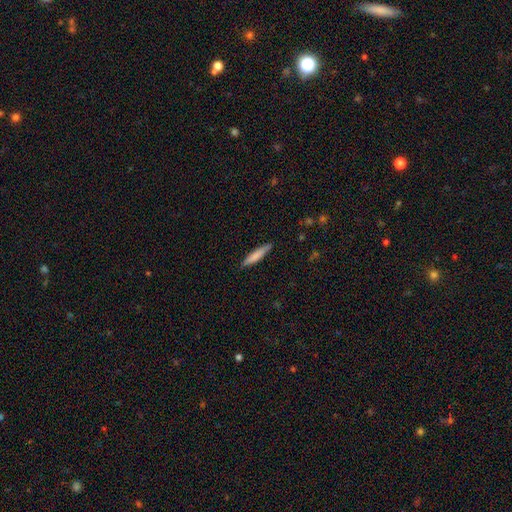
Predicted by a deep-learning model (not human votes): Smooth or featured: smooth — 76% (featured or disk — 18%)
How rounded: cigar-shaped — 90% (in between — 9%)
Merging: none — 87% (minor disturbance — 10%)